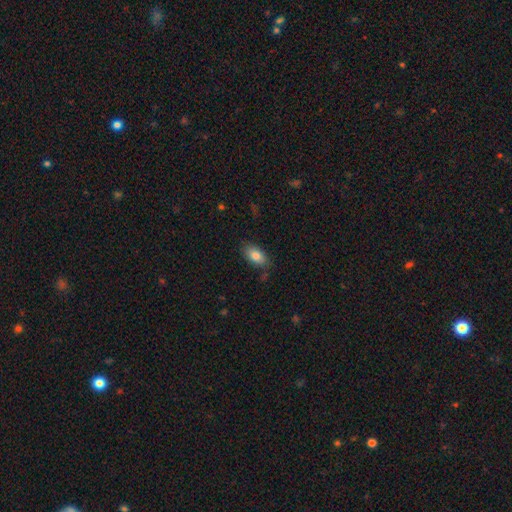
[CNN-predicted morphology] Smooth or featured: smooth — 83% (featured or disk — 9%)
How rounded: in between — 92% (round — 5%)
Merging: none — 80% (minor disturbance — 15%)